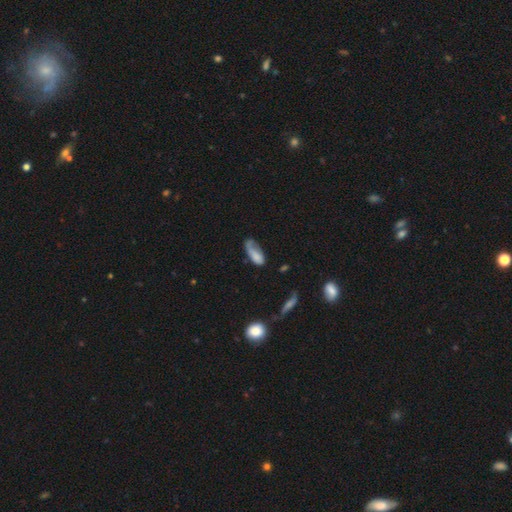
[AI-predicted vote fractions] The model was most divided on "merging": none: 33%, major disturbance: 29%, minor disturbance: 29%, merger: 9%. More confident: how rounded — in between (79%); smooth or featured — smooth (69%).